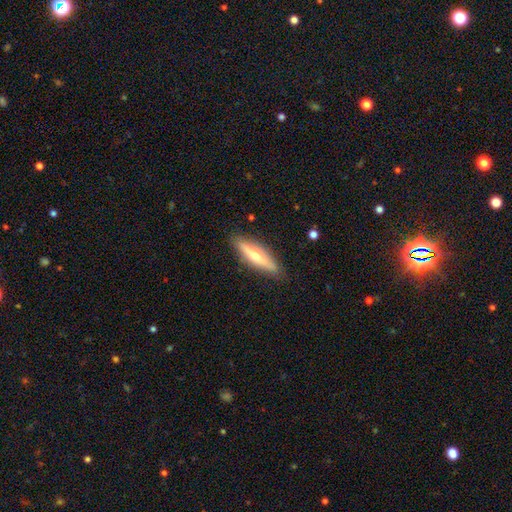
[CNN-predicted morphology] smooth-or-featured: featured or disk: 53% | smooth: 41% | star or artifact: 6%
  disk-edge-on: yes: 89% | no: 11%
  merging: none: 86% | minor disturbance: 10% | major disturbance: 2% | merger: 1%